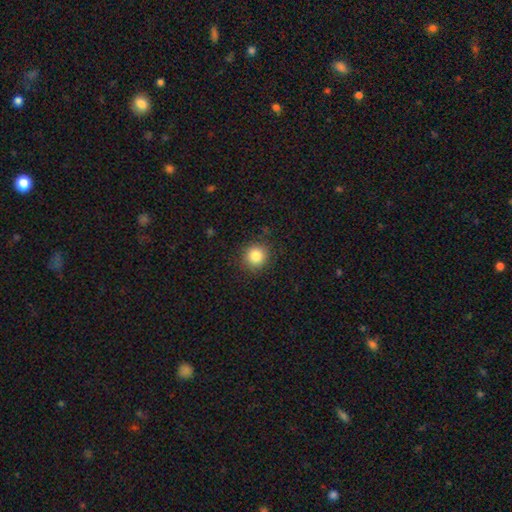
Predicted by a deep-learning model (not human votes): The model was most divided on "smooth or featured": smooth: 84%, star or artifact: 11%, featured or disk: 5%. More confident: how rounded — round (91%); merging — none (89%).